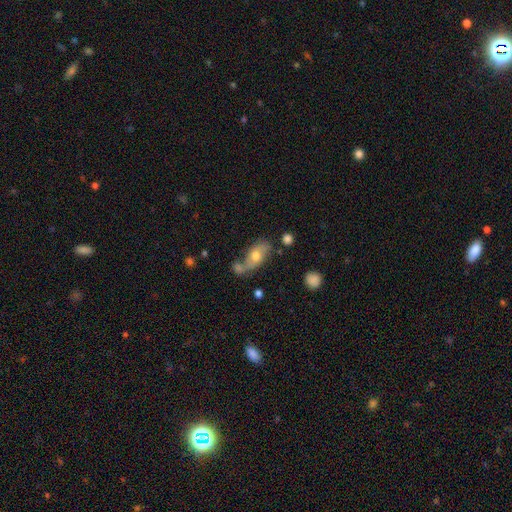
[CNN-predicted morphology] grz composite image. It shows a smooth galaxy with no disk features (55%) that is in between round and cigar-shaped (85%). Merging: none (44%).